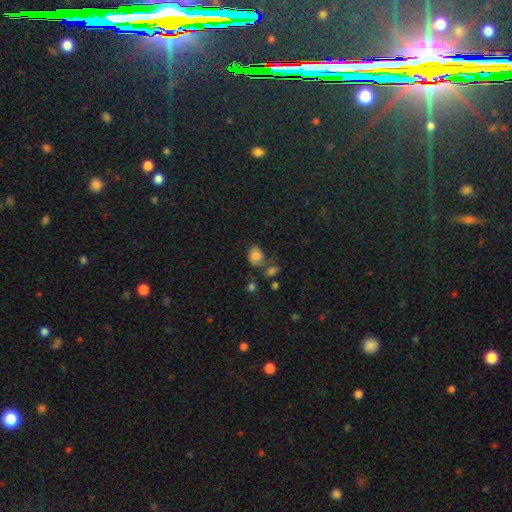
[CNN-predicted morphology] smooth 76%, featured or disk 12%, star or artifact 11%. Down the decision tree: how rounded — in between (55%); merging — none (50%).